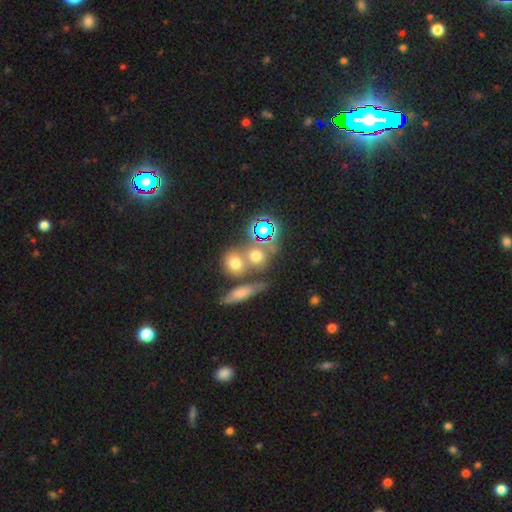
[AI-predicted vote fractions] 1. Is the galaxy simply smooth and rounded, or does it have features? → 60% smooth, 23% star or artifact, 17% featured or disk.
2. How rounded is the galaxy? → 70% round, 25% in between, 5% cigar-shaped.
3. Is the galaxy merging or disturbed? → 48% none, 39% merger, 9% minor disturbance, 5% major disturbance.